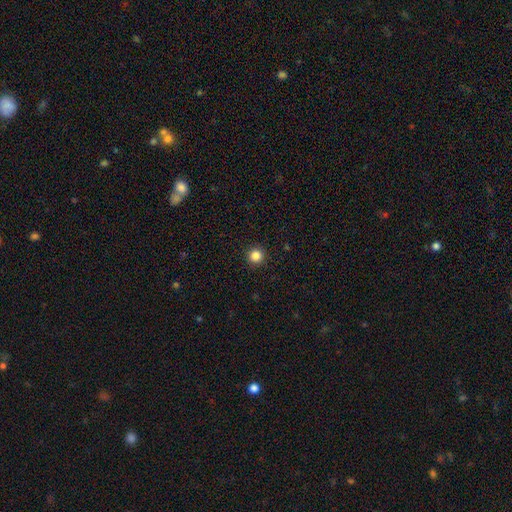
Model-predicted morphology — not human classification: smooth_or_featured: smooth (p=0.85) [alt: star or artifact p=0.11]
how_rounded: round (p=0.95) [alt: in between p=0.04]
merging: none (p=0.93) [alt: minor disturbance p=0.04]